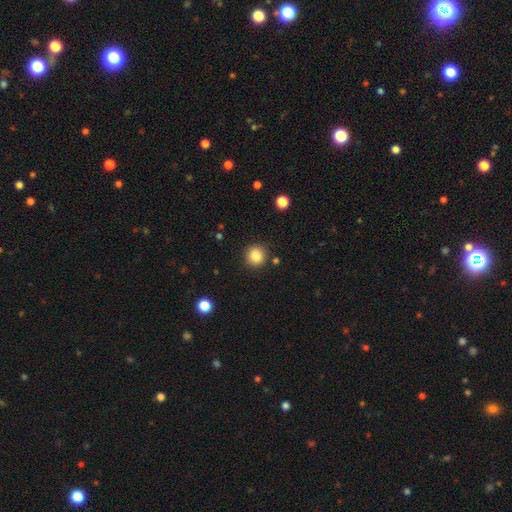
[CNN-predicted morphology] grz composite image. It shows a smooth galaxy with no disk features (84%) that is round (92%). Merging: none (89%).